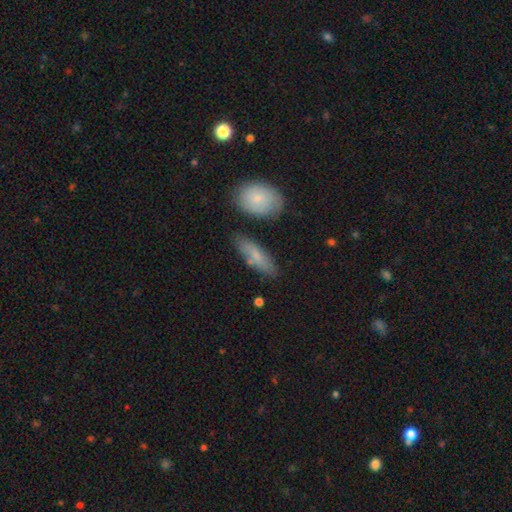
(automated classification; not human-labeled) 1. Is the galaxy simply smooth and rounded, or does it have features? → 72% smooth, 22% featured or disk, 7% star or artifact.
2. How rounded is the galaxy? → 55% in between, 42% cigar-shaped, 3% round.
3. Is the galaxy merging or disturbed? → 73% none, 16% minor disturbance, 7% merger, 4% major disturbance.